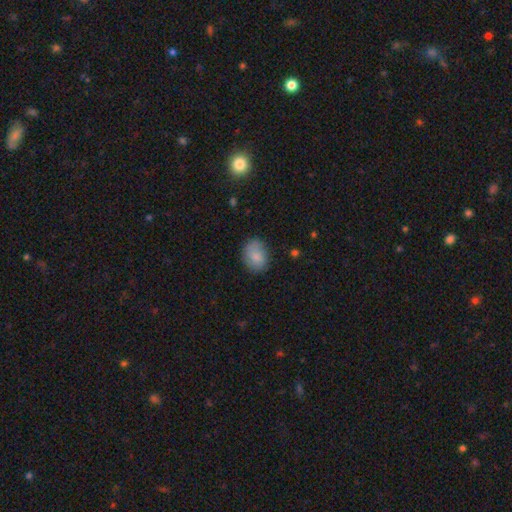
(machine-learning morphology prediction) smooth 82%, featured or disk 10%, star or artifact 7%. Down the decision tree: how rounded — in between (63%); merging — none (74%).